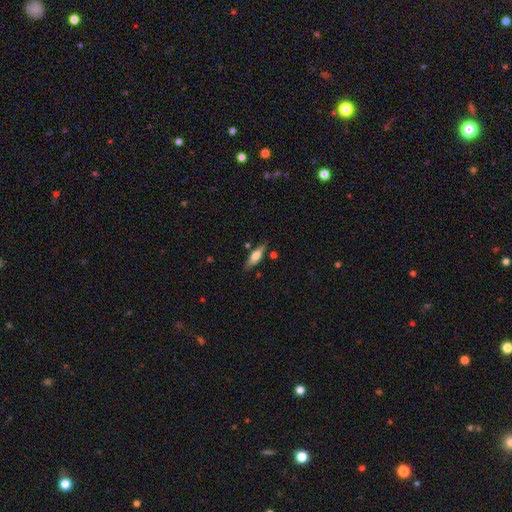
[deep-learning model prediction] Morphology: type=smooth (47%); merging=none (79%).